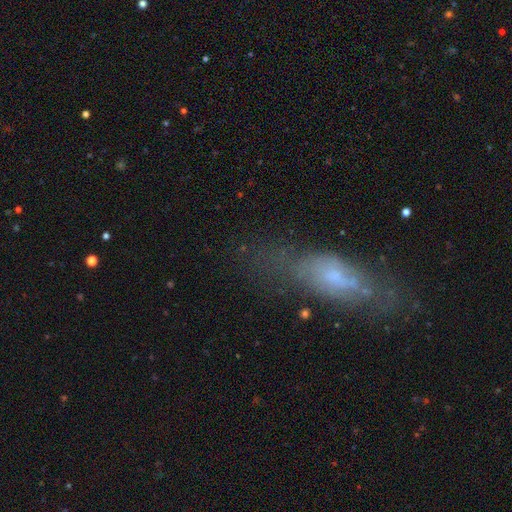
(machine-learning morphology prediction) A featured or disk galaxy (43%). Merging: none (58%).